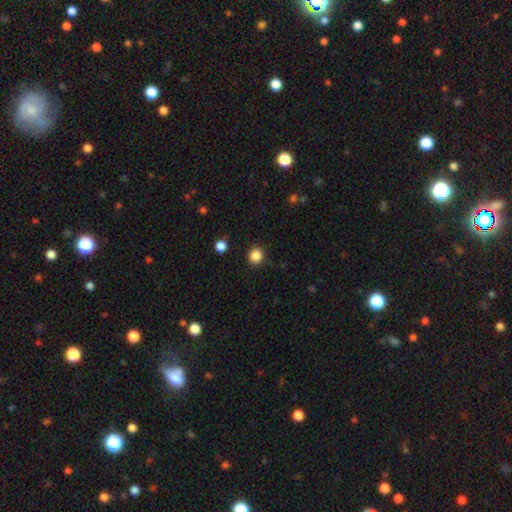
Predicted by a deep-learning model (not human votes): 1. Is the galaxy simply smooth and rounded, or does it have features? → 86% smooth, 11% star or artifact, 3% featured or disk.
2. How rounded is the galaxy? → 86% round, 13% in between, 1% cigar-shaped.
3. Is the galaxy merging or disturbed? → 90% none, 6% minor disturbance, 2% major disturbance, 2% merger.